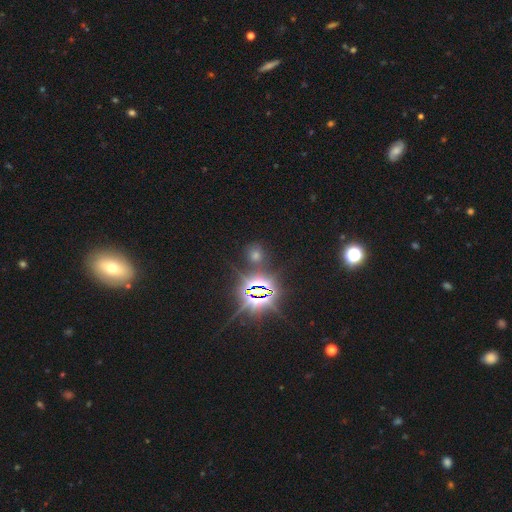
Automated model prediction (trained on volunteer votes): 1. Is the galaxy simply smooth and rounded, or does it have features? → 65% star or artifact, 27% smooth, 9% featured or disk.